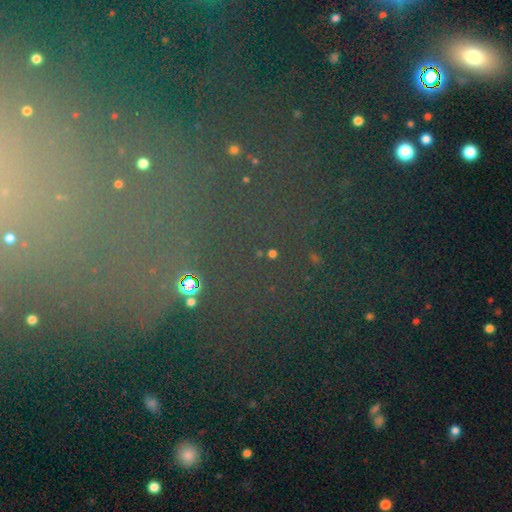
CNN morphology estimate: This appears to be a star or artifact, not a galaxy (73%).